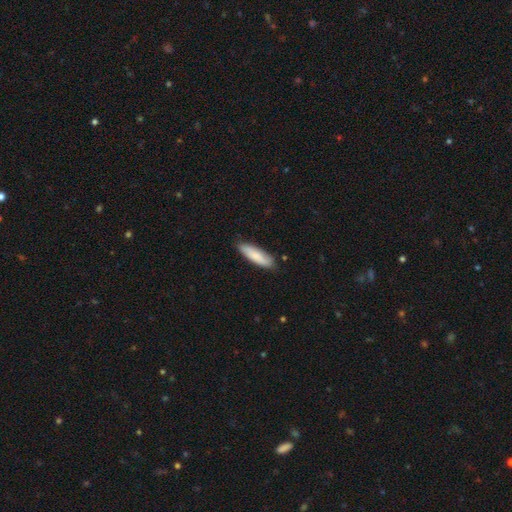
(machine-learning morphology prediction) A smooth galaxy with no disk features (79%) that is cigar-shaped (56%).

Vote fractions:
- Smooth or featured? smooth: 79% / featured or disk: 15% / star or artifact: 5%
- How rounded? cigar-shaped: 56% / in between: 42% / round: 1%
- Merging? none: 81% / minor disturbance: 15% / major disturbance: 2% / merger: 1%